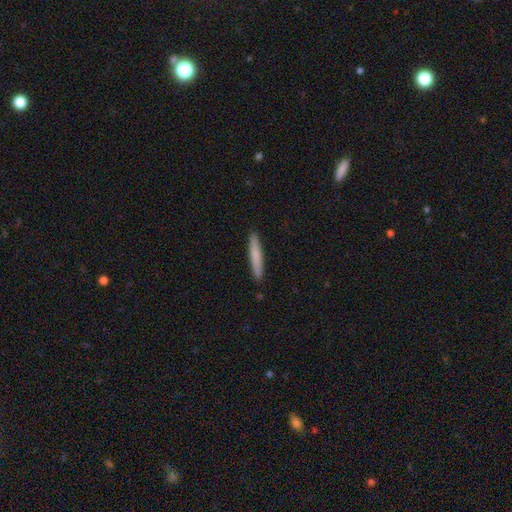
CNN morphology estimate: This appears to be a smooth galaxy with no disk features (75%) that is cigar-shaped (95%). Merging: none (92%).